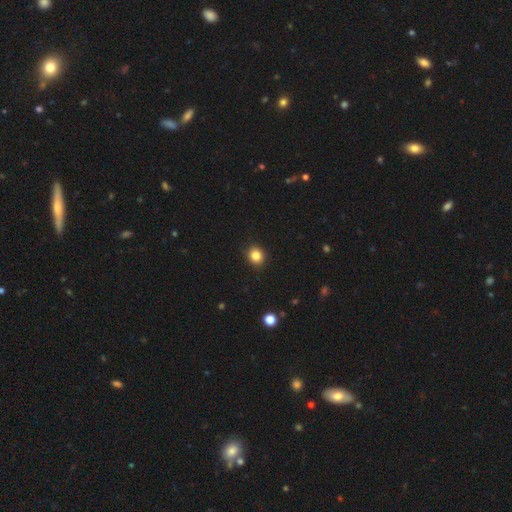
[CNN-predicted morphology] The model was most divided on "how rounded": round: 76%, in between: 23%, cigar-shaped: 1%. More confident: merging — none (91%); smooth or featured — smooth (84%).